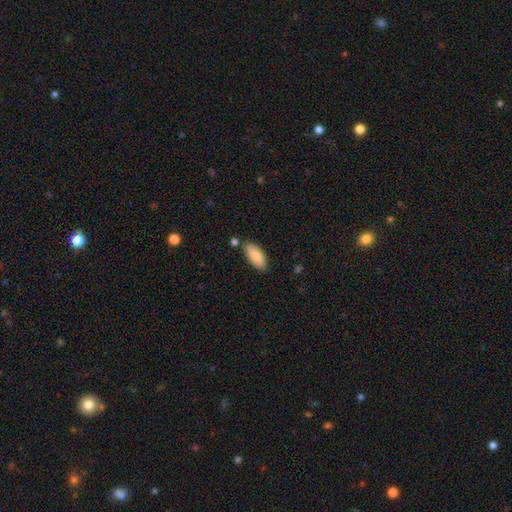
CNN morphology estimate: smooth-or-featured: smooth: 84% | featured or disk: 10% | star or artifact: 6%
  how-rounded: in between: 86% | cigar-shaped: 12% | round: 2%
  merging: none: 81% | minor disturbance: 12% | merger: 4% | major disturbance: 2%